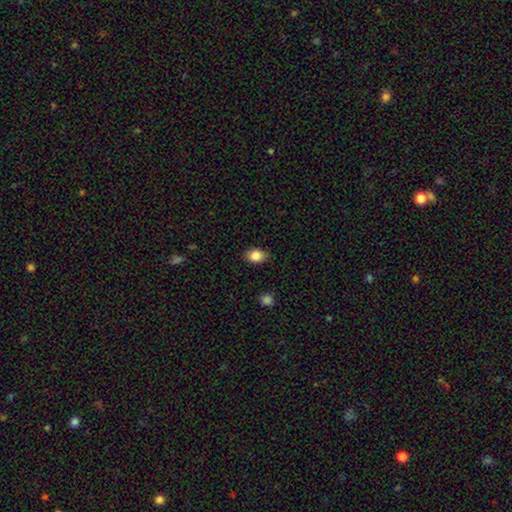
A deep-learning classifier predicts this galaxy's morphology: This is clearly a smooth galaxy (85%). How rounded: likely in between (72%). Merging: clearly none (85%).